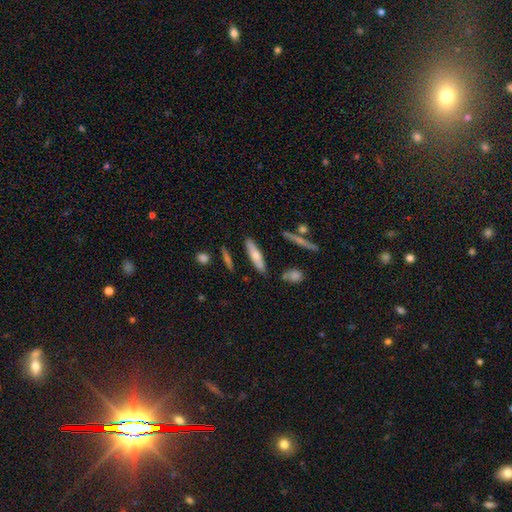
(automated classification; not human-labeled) The model was most divided on "smooth or featured": smooth: 56%, featured or disk: 38%, star or artifact: 7%. More confident: merging — none (83%); how rounded — cigar-shaped (73%).